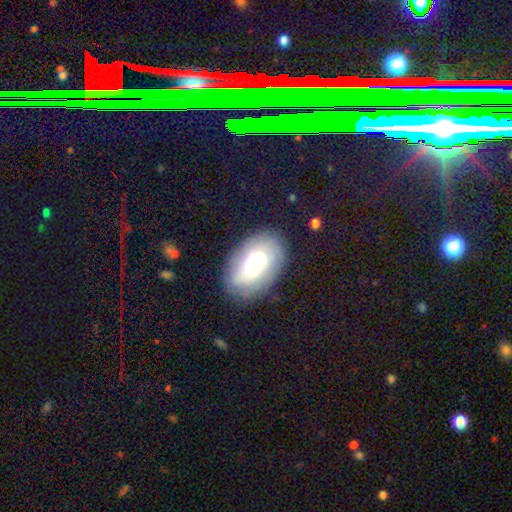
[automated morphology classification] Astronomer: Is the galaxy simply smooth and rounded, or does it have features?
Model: featured or disk — 52% (runner-up: smooth, 40%).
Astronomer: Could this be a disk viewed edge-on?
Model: no — 95%.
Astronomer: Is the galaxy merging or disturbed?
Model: none — 78%.